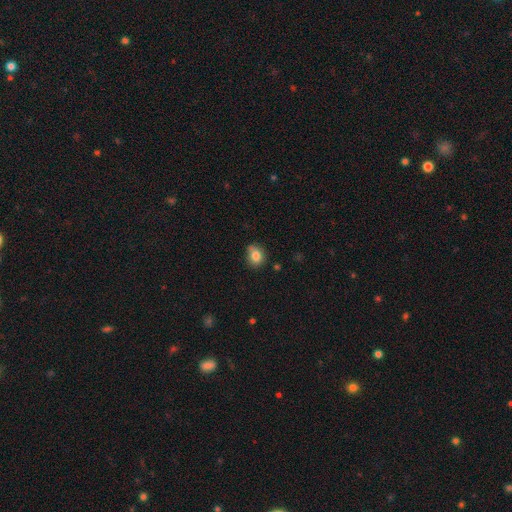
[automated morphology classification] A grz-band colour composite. It shows a smooth galaxy with no disk features (81%) that is round (63%). Merging: none (66%).